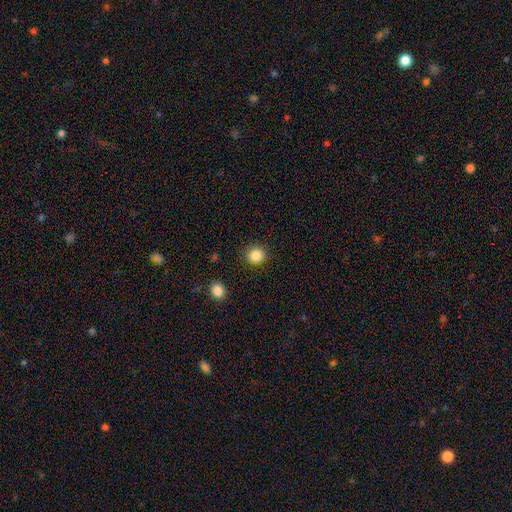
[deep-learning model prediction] A smooth galaxy with no disk features (86%) that is round (89%).

Vote fractions:
- Smooth or featured? smooth: 86% / star or artifact: 11% / featured or disk: 4%
- How rounded? round: 89% / in between: 10% / cigar-shaped: 1%
- Merging? none: 89% / minor disturbance: 7% / major disturbance: 2% / merger: 2%